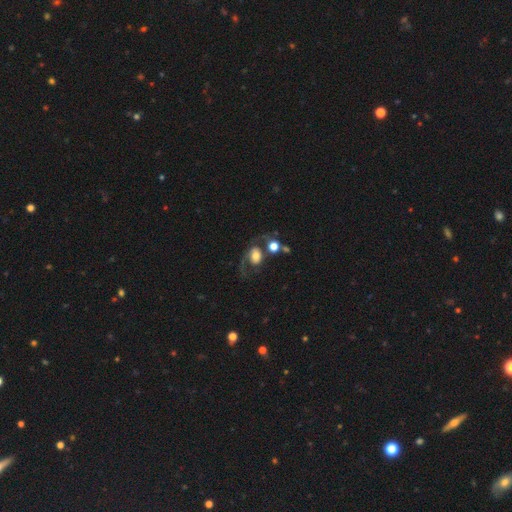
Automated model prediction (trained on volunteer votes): Smooth or featured?
  - featured or disk: 52% *
  - smooth: 39%
  - star or artifact: 9%
Edge-on disk?
  - no: 96% *
  - yes: 4%
Merging?
  - none: 36% *
  - major disturbance: 26%
  - merger: 22%
  - minor disturbance: 16%